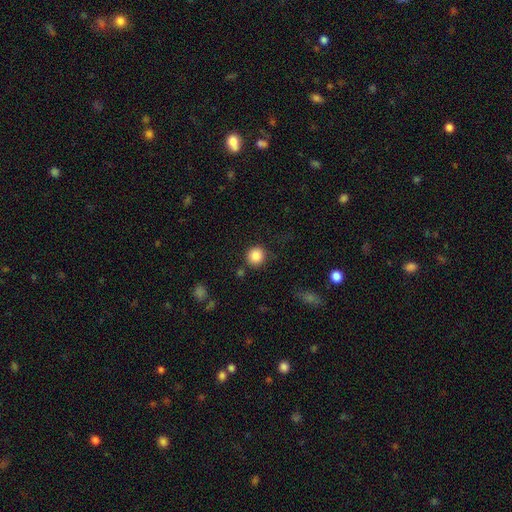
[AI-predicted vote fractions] A smooth galaxy with no disk features (86%) that is round (93%). Merging: none (84%).